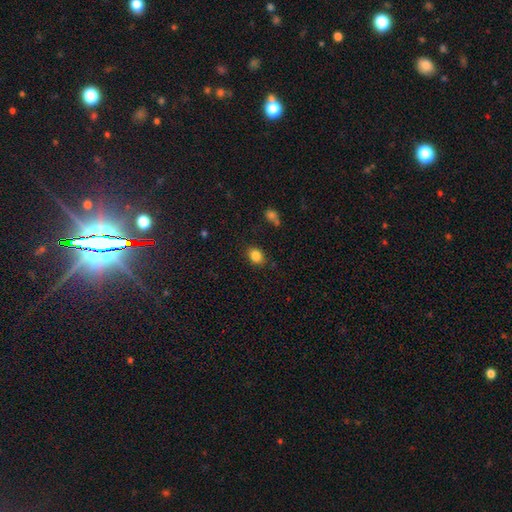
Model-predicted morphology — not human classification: This is clearly a smooth galaxy (84%). How rounded: likely in between (65%). Merging: clearly none (83%).